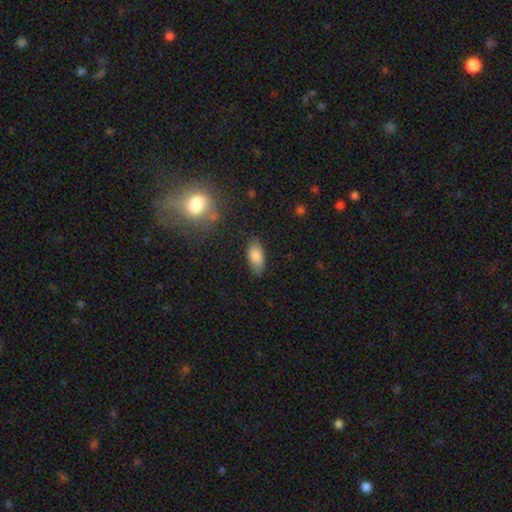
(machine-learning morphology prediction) The model was most divided on "merging": none: 77%, minor disturbance: 17%, major disturbance: 4%, merger: 2%. More confident: how rounded — in between (88%); smooth or featured — smooth (83%).